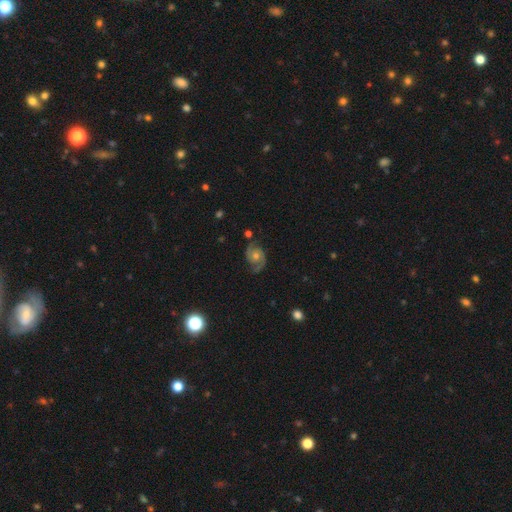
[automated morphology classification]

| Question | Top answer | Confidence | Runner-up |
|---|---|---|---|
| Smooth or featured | featured or disk | 86% | star or artifact (7%) |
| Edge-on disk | no | 98% | yes (2%) |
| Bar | no | 73% | weak (22%) |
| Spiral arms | yes | 97% | no (3%) |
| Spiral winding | medium | 51% | tight (34%) |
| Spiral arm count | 2 | 91% | 1 (3%) |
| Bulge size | moderate | 57% | small (37%) |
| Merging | none | 78% | minor disturbance (15%) |